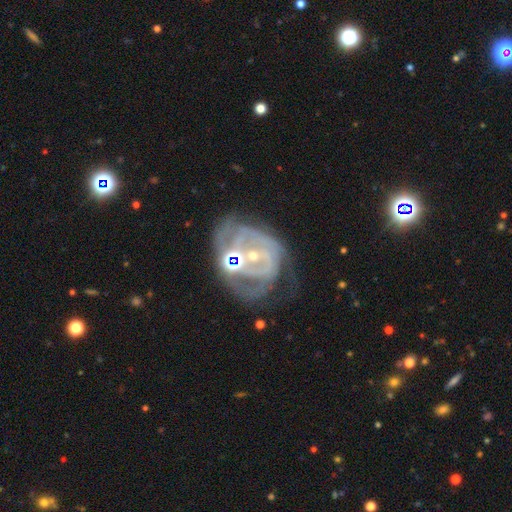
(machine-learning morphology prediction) Smooth or featured: featured or disk — 79% (star or artifact — 11%)
Edge-on disk: no — 97% (yes — 3%)
Bar: no — 44% (weak — 36%)
Spiral arms: yes — 76% (no — 24%)
Spiral winding: tight — 53% (medium — 33%)
Spiral arm count: can't tell — 40% (2 — 31%)
Bulge size: small — 67% (moderate — 25%)
Merging: none — 38% (major disturbance — 22%)